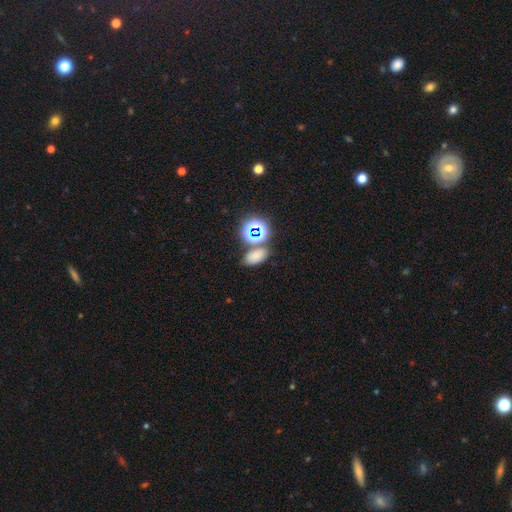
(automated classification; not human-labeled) Smooth or featured: smooth — 68% (star or artifact — 25%)
How rounded: in between — 81% (round — 16%)
Merging: none — 69% (merger — 15%)